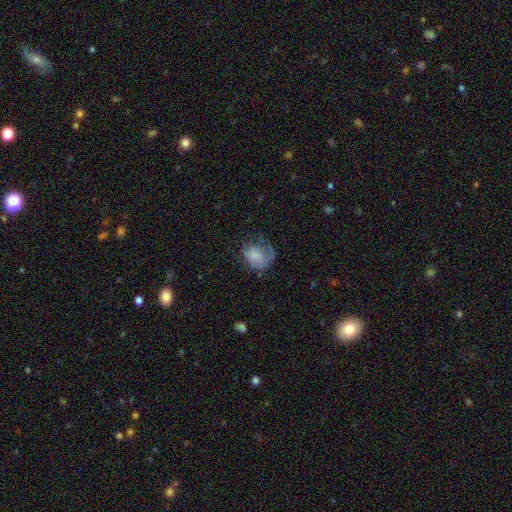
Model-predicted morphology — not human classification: Smooth or featured? smooth (65%)
How rounded? in between (57%)
Merging? major disturbance (36%)